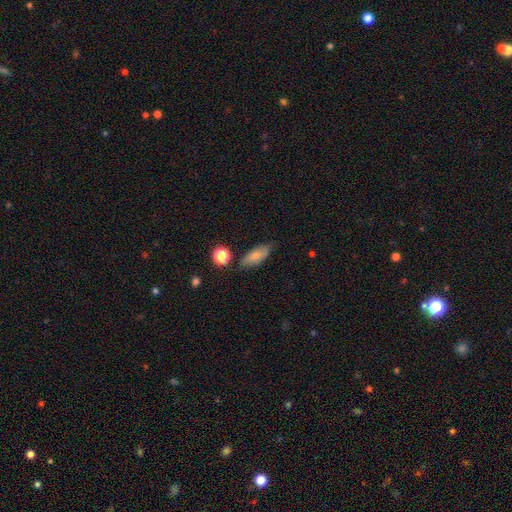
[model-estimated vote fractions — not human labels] Smooth or featured: smooth — 74% (featured or disk — 18%)
How rounded: in between — 76% (cigar-shaped — 20%)
Merging: none — 75% (minor disturbance — 19%)